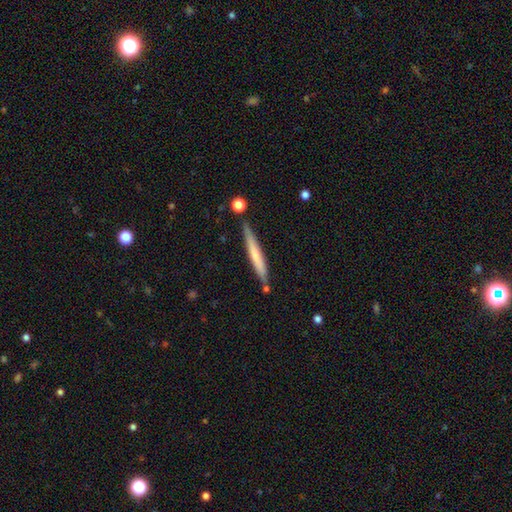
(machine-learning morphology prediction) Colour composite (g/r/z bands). It shows a smooth galaxy with no disk features (56%) that is cigar-shaped (96%). Merging: none (81%).